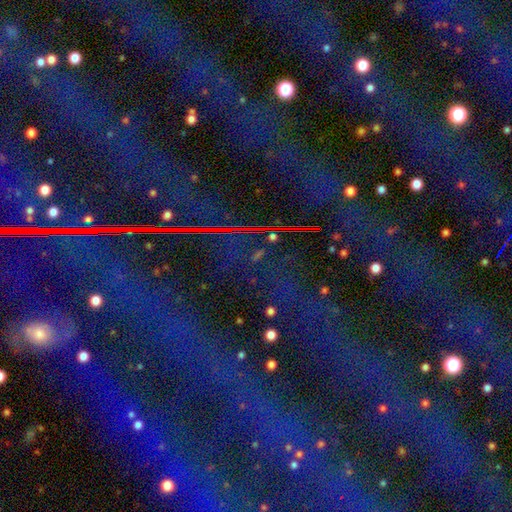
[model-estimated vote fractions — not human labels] Q: Smooth or featured?
A: star or artifact (85%); runner-up: featured or disk (8%)